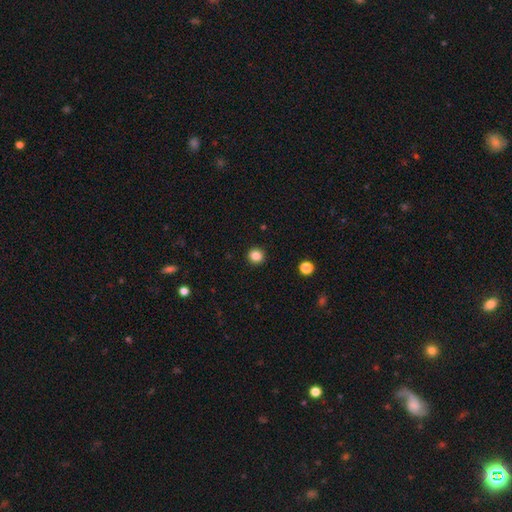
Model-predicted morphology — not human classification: type=smooth (85%); roundness=round (90%); merging=none (92%).